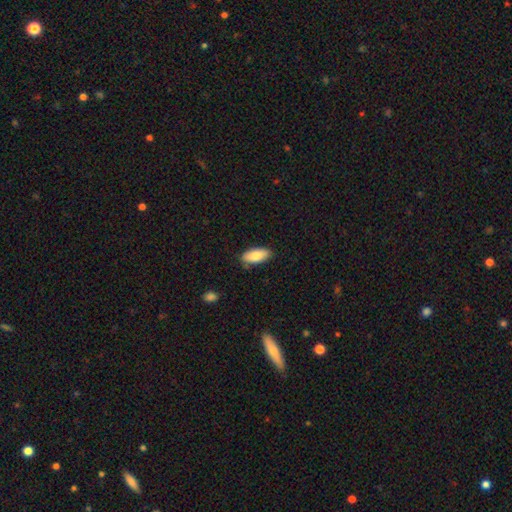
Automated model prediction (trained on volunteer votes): A smooth galaxy with no disk features (83%) that is in between round and cigar-shaped (90%).

Vote fractions:
- Smooth or featured? smooth: 83% / featured or disk: 11% / star or artifact: 6%
- How rounded? in between: 90% / cigar-shaped: 8% / round: 2%
- Merging? none: 82% / minor disturbance: 14% / major disturbance: 2% / merger: 2%